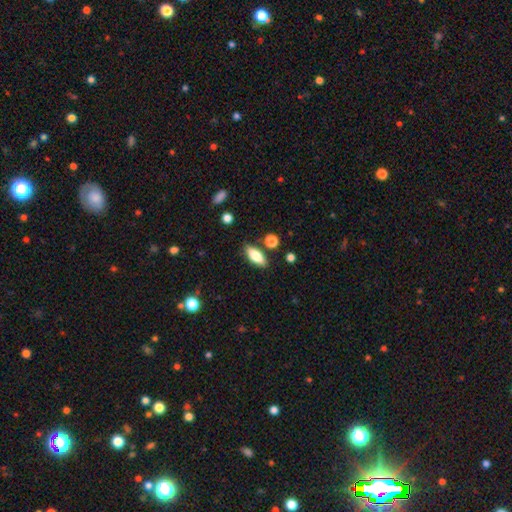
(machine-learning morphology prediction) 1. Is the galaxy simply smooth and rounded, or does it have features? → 75% smooth, 18% featured or disk, 7% star or artifact.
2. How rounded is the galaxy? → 75% in between, 22% cigar-shaped, 3% round.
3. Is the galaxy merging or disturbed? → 81% none, 12% minor disturbance, 5% merger, 3% major disturbance.